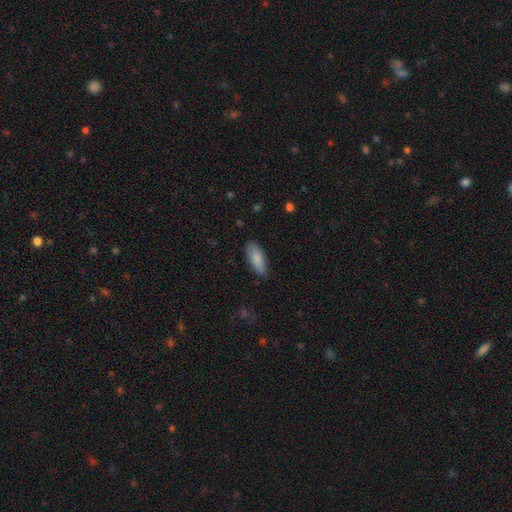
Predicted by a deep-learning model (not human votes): A smooth galaxy with no disk features (85%) that is in between round and cigar-shaped (75%). Merging: none (86%).